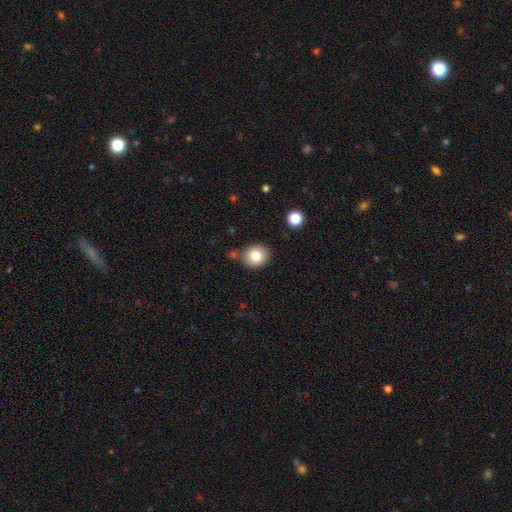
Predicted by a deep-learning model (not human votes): smooth_or_featured: smooth (p=0.82) [alt: star or artifact p=0.10]
how_rounded: round (p=0.79) [alt: in between p=0.20]
merging: none (p=0.77) [alt: minor disturbance p=0.13]